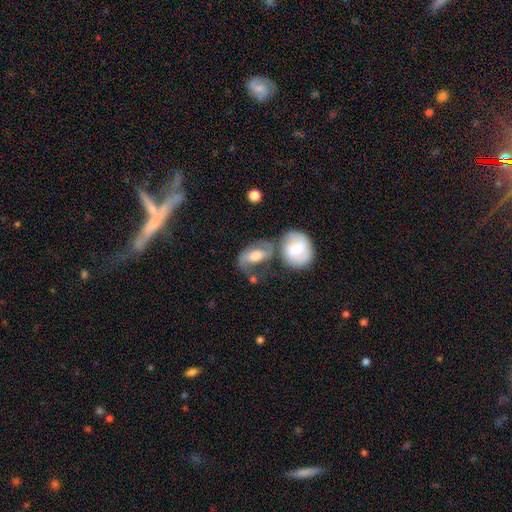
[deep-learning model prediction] This is possibly a featured or disk galaxy (60%). It is clearly not viewed edge-on (92%). Bar: marginally weak (41%). Spiral arm pattern: clearly yes (82%). Central bulge: possibly moderate (58%). Merging: marginally none (38%).